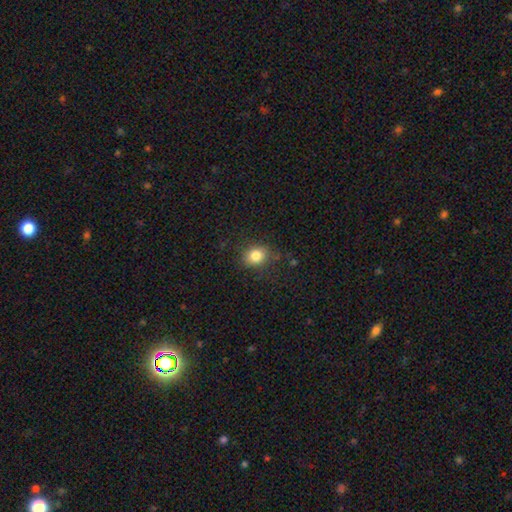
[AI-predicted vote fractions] smooth_or_featured: smooth (p=0.82) [alt: star or artifact p=0.11]
how_rounded: round (p=0.59) [alt: in between p=0.40]
merging: none (p=0.82) [alt: minor disturbance p=0.13]